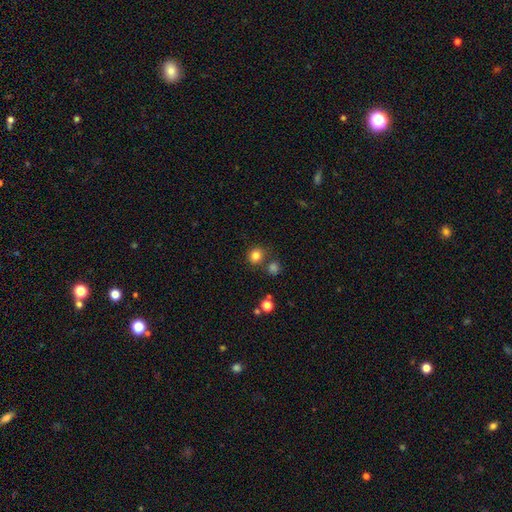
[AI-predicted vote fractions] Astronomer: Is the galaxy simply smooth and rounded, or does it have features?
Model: smooth — 81%.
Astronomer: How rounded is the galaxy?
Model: round — 86%.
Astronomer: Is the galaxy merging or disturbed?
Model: none — 78%.